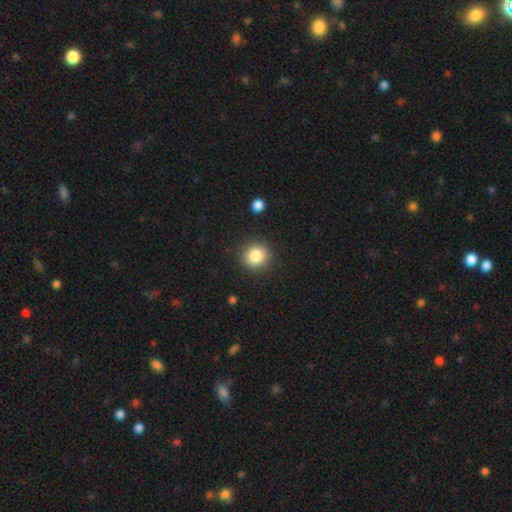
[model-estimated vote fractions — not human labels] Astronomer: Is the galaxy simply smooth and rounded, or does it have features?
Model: smooth — 84%.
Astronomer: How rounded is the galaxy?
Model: round — 90%.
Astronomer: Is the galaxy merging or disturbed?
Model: none — 89%.